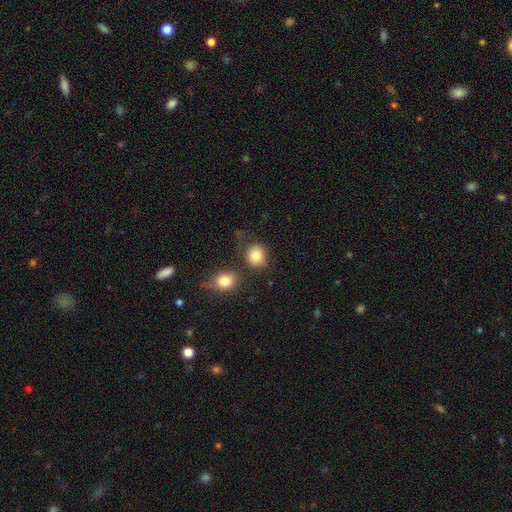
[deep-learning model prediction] smooth 84%, star or artifact 10%, featured or disk 6%. Down the decision tree: how rounded — round (75%); merging — none (68%).